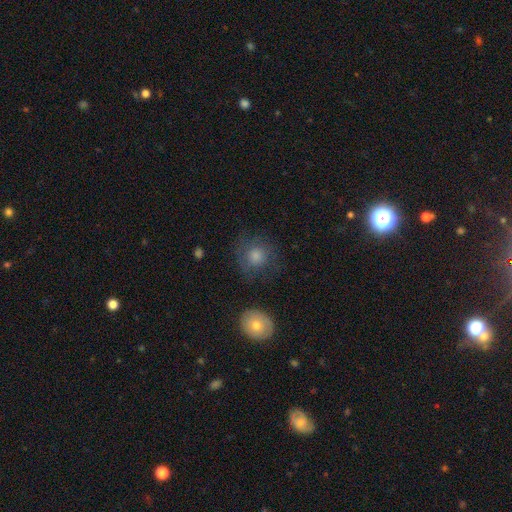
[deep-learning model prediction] Smooth or featured?
  - smooth: 62% *
  - featured or disk: 23%
  - star or artifact: 14%
How rounded?
  - round: 89% *
  - in between: 10%
  - cigar-shaped: 1%
Merging?
  - none: 72% *
  - minor disturbance: 15%
  - major disturbance: 10%
  - merger: 2%